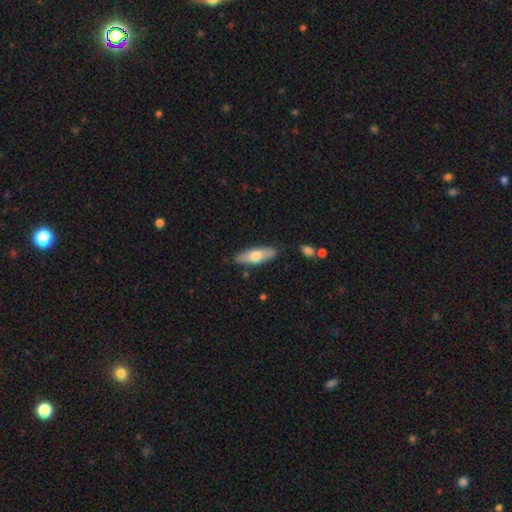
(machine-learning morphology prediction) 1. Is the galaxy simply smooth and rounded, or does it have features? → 64% smooth, 30% featured or disk, 6% star or artifact.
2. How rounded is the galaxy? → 58% in between, 40% cigar-shaped, 2% round.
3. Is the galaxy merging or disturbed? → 84% none, 12% minor disturbance, 2% major disturbance, 2% merger.